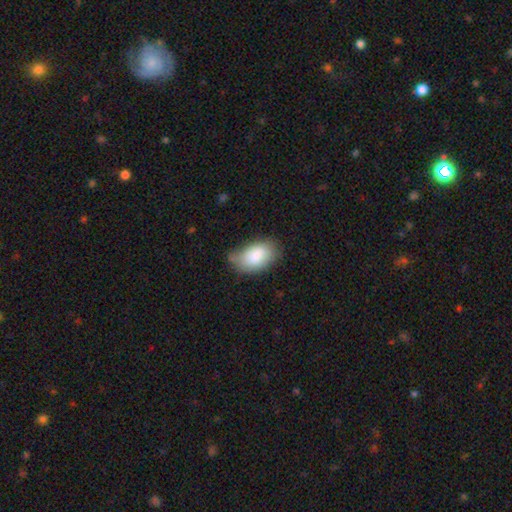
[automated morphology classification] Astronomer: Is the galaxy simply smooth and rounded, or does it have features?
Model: smooth — 84%.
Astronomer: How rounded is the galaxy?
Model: in between — 92%.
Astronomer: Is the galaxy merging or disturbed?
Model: none — 59%.